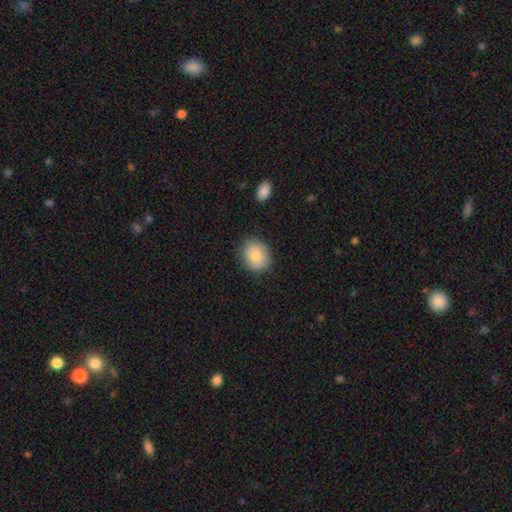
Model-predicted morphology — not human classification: Q: Smooth or featured?
A: smooth (83%); runner-up: featured or disk (10%)
Q: How rounded?
A: round (63%); runner-up: in between (36%)
Q: Merging?
A: none (83%); runner-up: minor disturbance (12%)